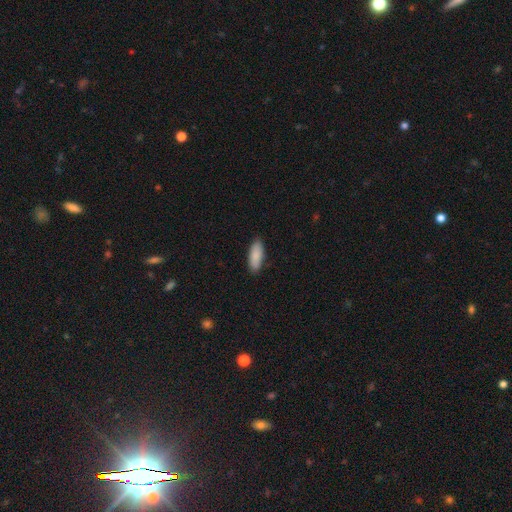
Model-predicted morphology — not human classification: Smooth or featured: smooth — 89% (featured or disk — 6%)
How rounded: in between — 72% (cigar-shaped — 26%)
Merging: none — 87% (minor disturbance — 10%)